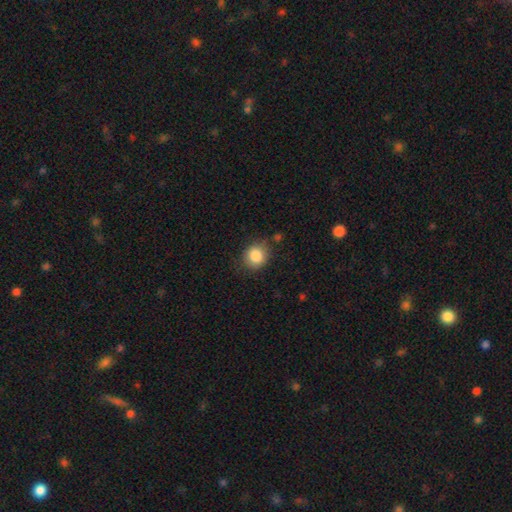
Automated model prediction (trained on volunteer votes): Overall: smooth (86%). How rounded: round (76%). Merging: none (78%).